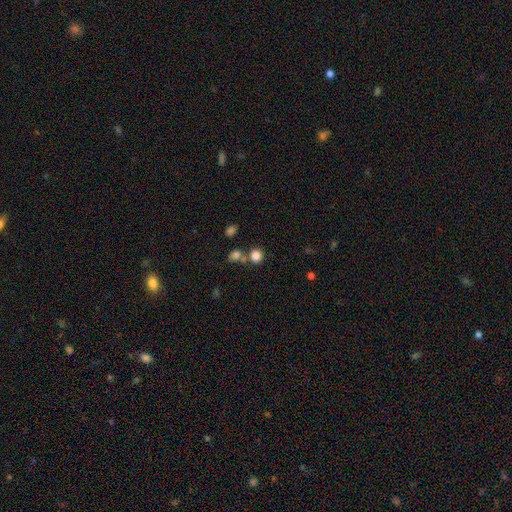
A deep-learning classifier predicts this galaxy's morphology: smooth_or_featured: smooth (p=0.82) [alt: star or artifact p=0.12]
how_rounded: round (p=0.85) [alt: in between p=0.14]
merging: none (p=0.63) [alt: merger p=0.24]